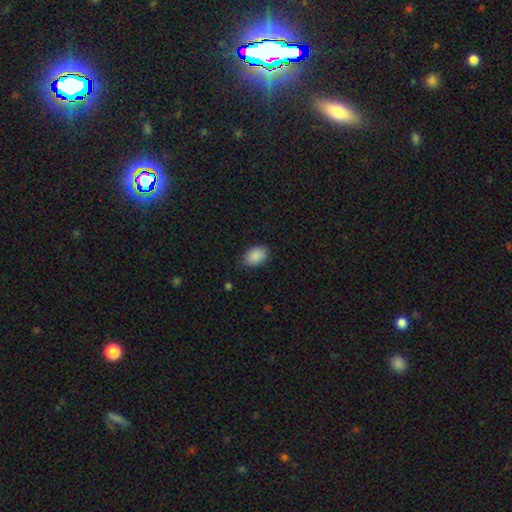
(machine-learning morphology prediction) A smooth galaxy with no disk features (89%) that is in between round and cigar-shaped (86%).

Vote fractions:
- Smooth or featured? smooth: 89% / star or artifact: 7% / featured or disk: 4%
- How rounded? in between: 86% / round: 12% / cigar-shaped: 1%
- Merging? none: 84% / minor disturbance: 13% / major disturbance: 3% / merger: 1%